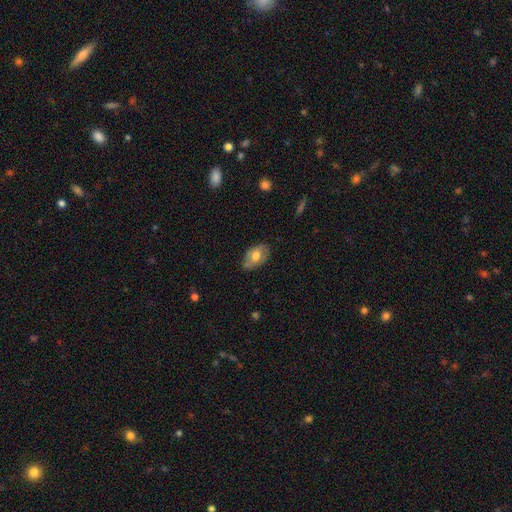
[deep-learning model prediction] This appears to be a smooth galaxy with no disk features (58%) that is in between round and cigar-shaped (89%). Merging: none (71%).